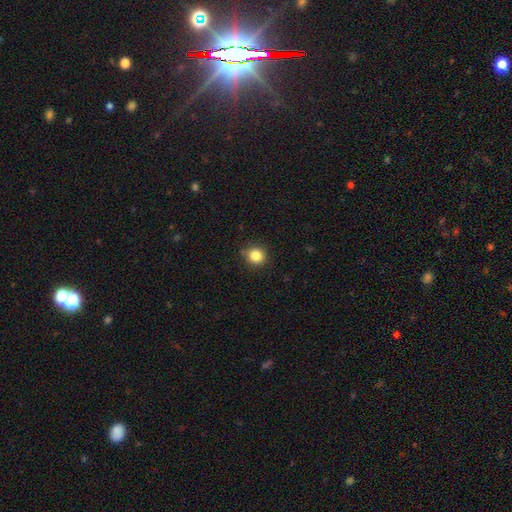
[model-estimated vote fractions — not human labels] Morphology: type=smooth (85%); roundness=round (88%); merging=none (87%).